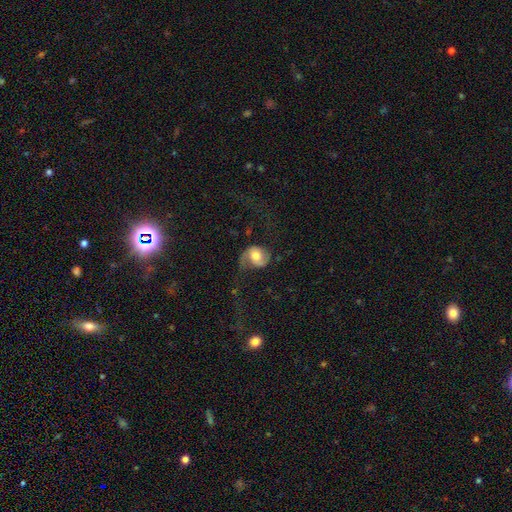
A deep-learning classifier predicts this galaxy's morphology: Overall: featured or disk (59%; smooth 34%). Edge-on disk: no (97%). Bar: no (65%; weak 28%). Spiral arms: yes (87%). Bulge size: moderate (61%; large 24%). Merging: none (44%; major disturbance 31%).